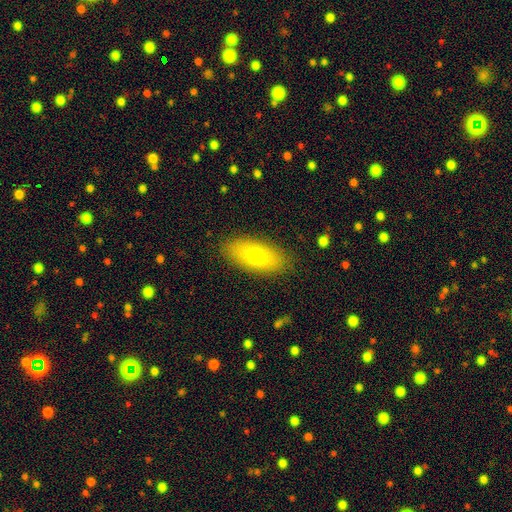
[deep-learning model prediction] This is likely a smooth galaxy (70%). How rounded: clearly in between (84%). Merging: clearly none (86%).